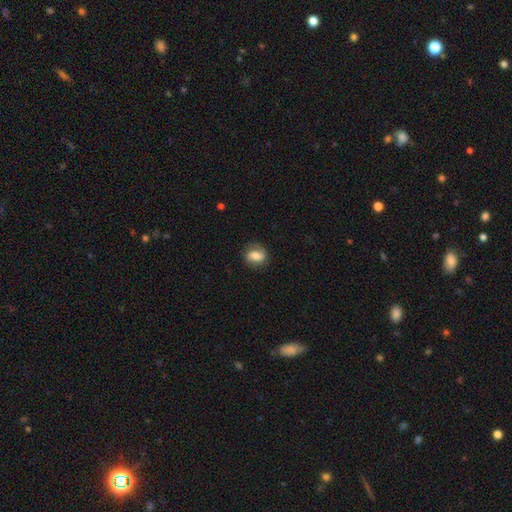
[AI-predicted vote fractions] Overall: smooth (53%; featured or disk 38%). How rounded: in between (54%; round 44%). Merging: none (73%).